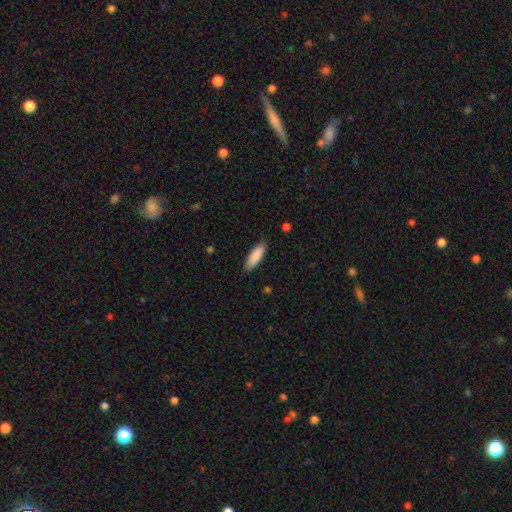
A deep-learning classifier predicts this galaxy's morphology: A smooth galaxy with no disk features (89%) that is in between round and cigar-shaped (52%).

Vote fractions:
- Smooth or featured? smooth: 89% / star or artifact: 6% / featured or disk: 5%
- How rounded? in between: 52% / cigar-shaped: 46% / round: 1%
- Merging? none: 86% / minor disturbance: 11% / major disturbance: 2% / merger: 1%